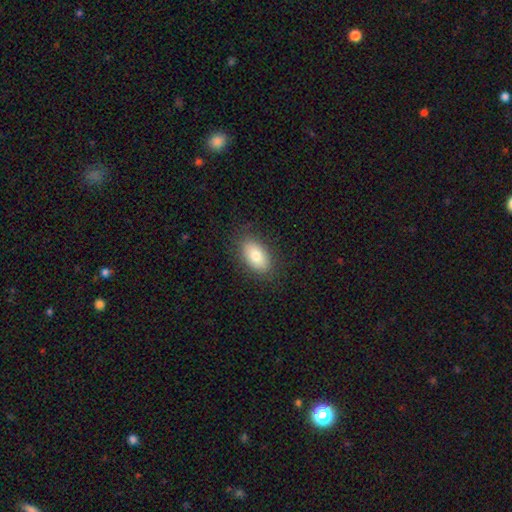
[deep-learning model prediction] This appears to be a smooth galaxy with no disk features (79%) that is in between round and cigar-shaped (92%). Merging: none (86%).